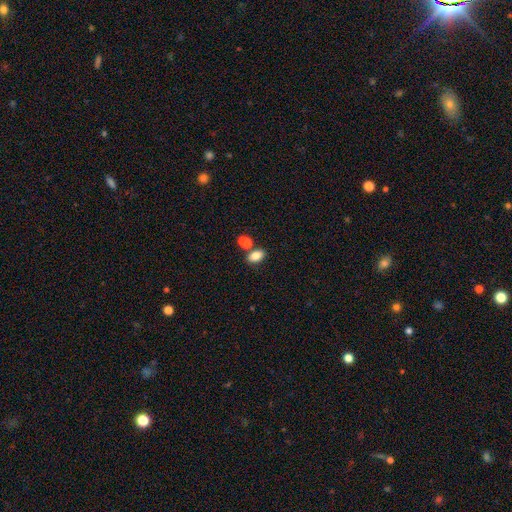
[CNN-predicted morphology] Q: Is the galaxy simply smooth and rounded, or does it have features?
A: smooth — 83%.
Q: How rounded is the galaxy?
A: in between — 89%.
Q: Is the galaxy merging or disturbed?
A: none — 61%.